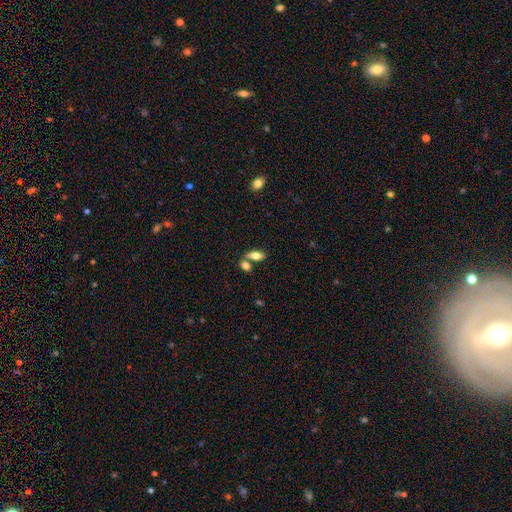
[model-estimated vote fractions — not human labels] Smooth or featured: smooth — 73% (featured or disk — 19%)
How rounded: in between — 83% (cigar-shaped — 13%)
Merging: none — 55% (merger — 31%)